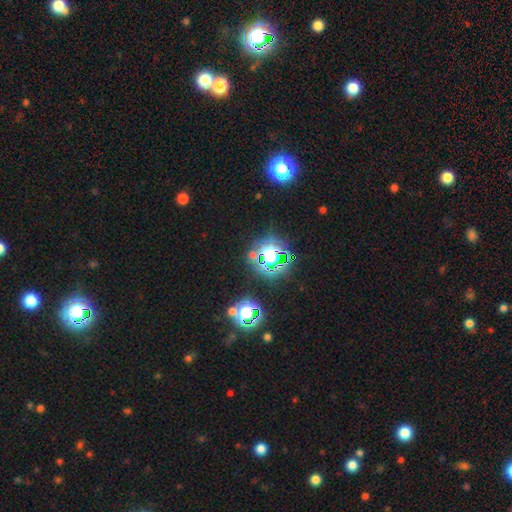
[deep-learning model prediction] A star or artifact, not a galaxy (76%).

Vote fractions:
- Smooth or featured? star or artifact: 76% / smooth: 16% / featured or disk: 8%